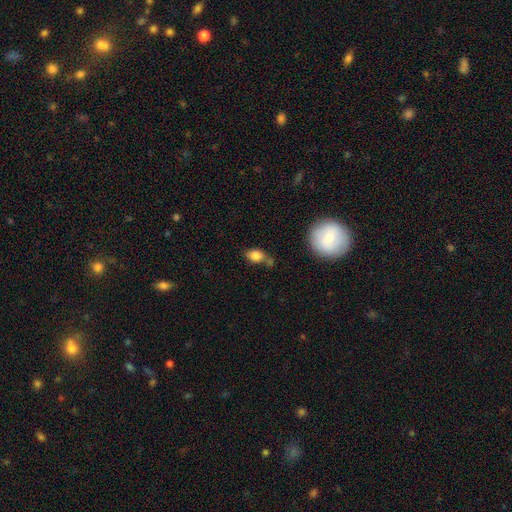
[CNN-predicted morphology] A smooth galaxy with no disk features (82%) that is in between round and cigar-shaped (79%).

Vote fractions:
- Smooth or featured? smooth: 82% / star or artifact: 10% / featured or disk: 8%
- How rounded? in between: 79% / round: 18% / cigar-shaped: 3%
- Merging? none: 54% / minor disturbance: 21% / merger: 18% / major disturbance: 7%